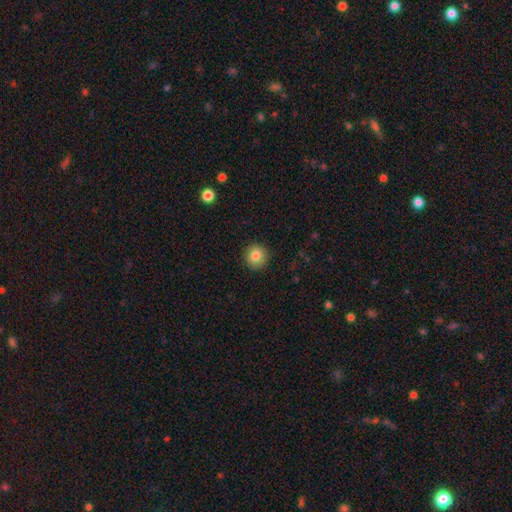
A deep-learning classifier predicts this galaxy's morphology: The model was most divided on "smooth or featured": smooth: 84%, star or artifact: 10%, featured or disk: 6%. More confident: how rounded — round (94%); merging — none (92%).